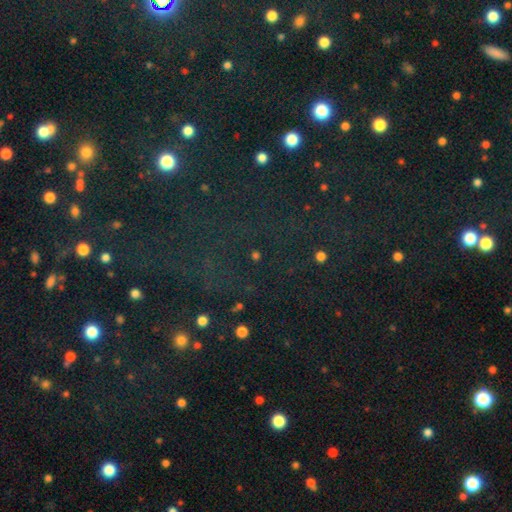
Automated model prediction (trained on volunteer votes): The model was most divided on "smooth or featured": star or artifact: 65%, smooth: 26%, featured or disk: 9%.